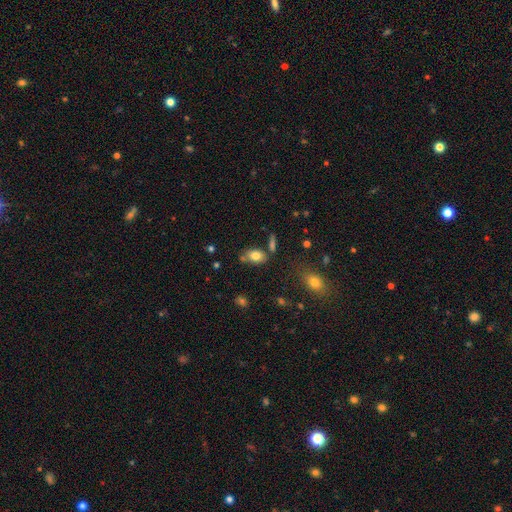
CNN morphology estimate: Overall: smooth (79%). How rounded: in between (86%). Merging: none (66%).